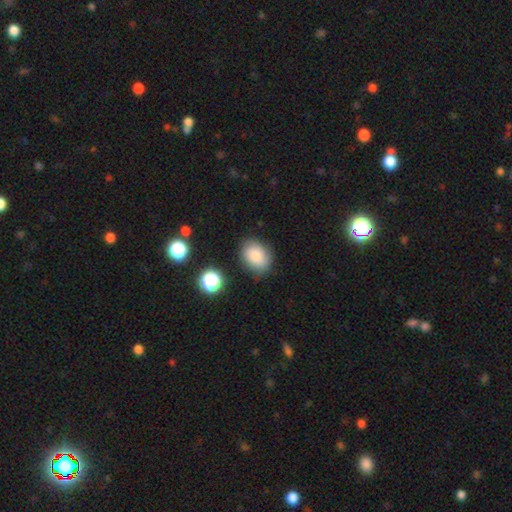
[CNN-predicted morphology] smooth 82%, star or artifact 10%, featured or disk 8%. Down the decision tree: how rounded — in between (62%); merging — none (77%).